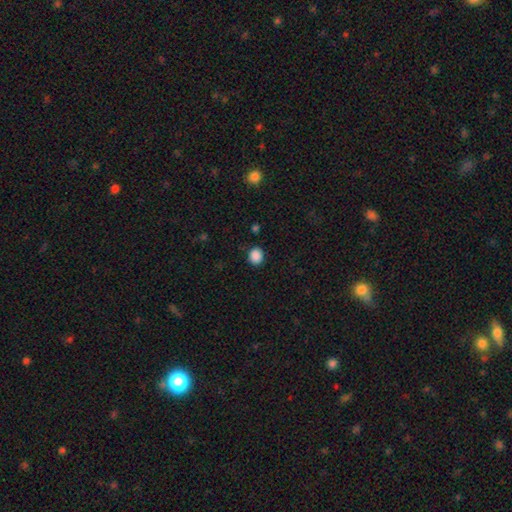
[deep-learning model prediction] smooth-or-featured: smooth: 88% | star or artifact: 10% | featured or disk: 3%
  how-rounded: round: 67% | in between: 32% | cigar-shaped: 1%
  merging: none: 87% | minor disturbance: 9% | major disturbance: 3% | merger: 1%